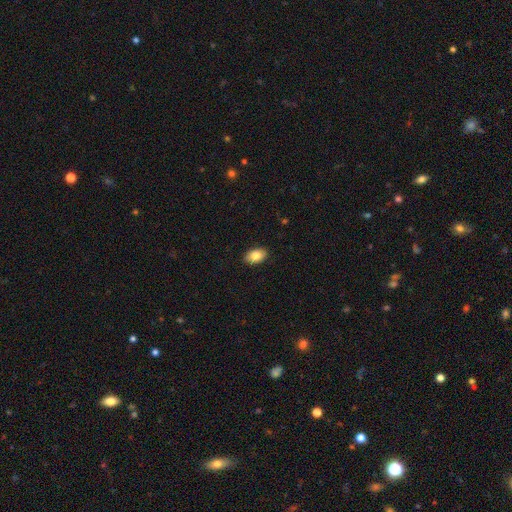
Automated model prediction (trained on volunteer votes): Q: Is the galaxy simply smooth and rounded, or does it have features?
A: smooth — 84%.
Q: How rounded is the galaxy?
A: in between — 91%.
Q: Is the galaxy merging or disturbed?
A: none — 90%.